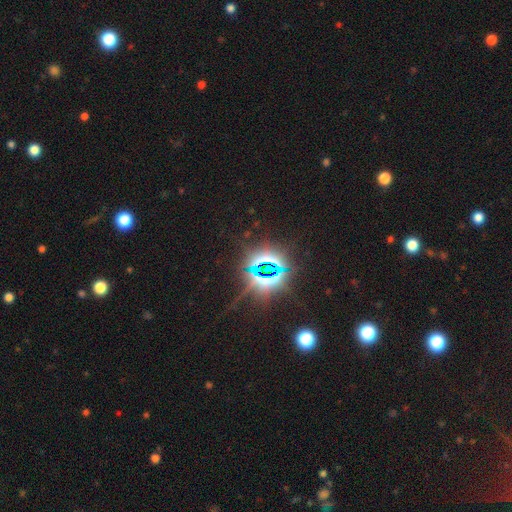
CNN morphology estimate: star or artifact 83%, smooth 9%, featured or disk 8%.